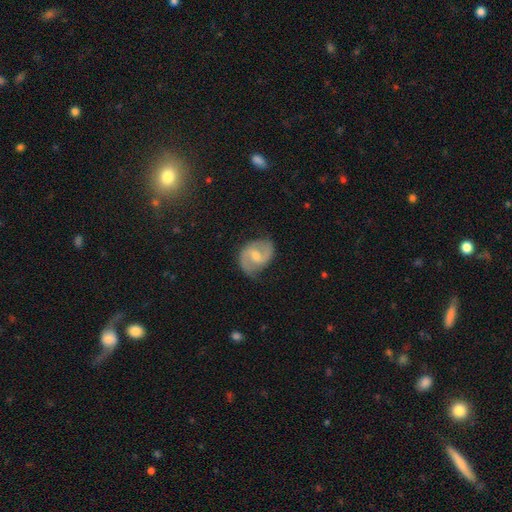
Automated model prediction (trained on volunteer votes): Smooth or featured? featured or disk (77%)
Edge-on disk? no (98%)
Bar? weak (57%)
Spiral arms? yes (93%)
Spiral winding? medium (51%)
Spiral arm count? 2 (88%)
Bulge size? moderate (58%)
Merging? none (71%)